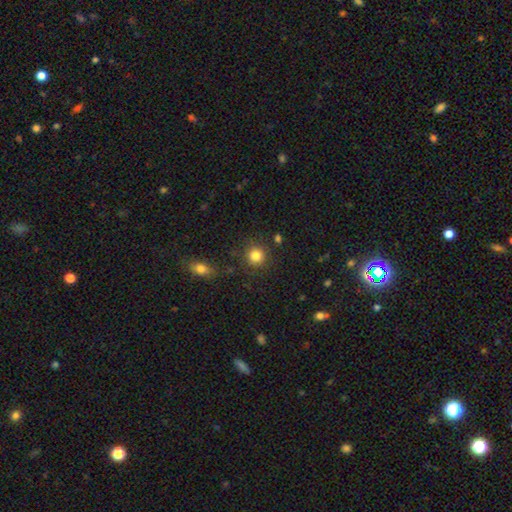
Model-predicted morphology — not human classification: smooth-or-featured: smooth: 84% | star or artifact: 11% | featured or disk: 5%
  how-rounded: round: 92% | in between: 7% | cigar-shaped: 1%
  merging: none: 85% | minor disturbance: 8% | merger: 4% | major disturbance: 3%